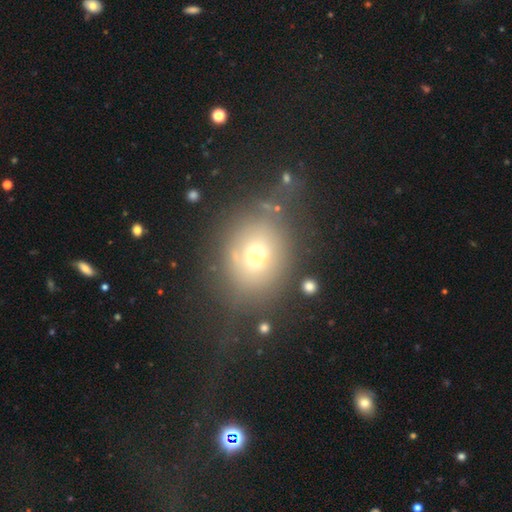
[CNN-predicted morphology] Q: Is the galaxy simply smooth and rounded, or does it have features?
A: smooth — 60%.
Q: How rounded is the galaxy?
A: round — 56%.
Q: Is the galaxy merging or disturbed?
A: none — 61%.